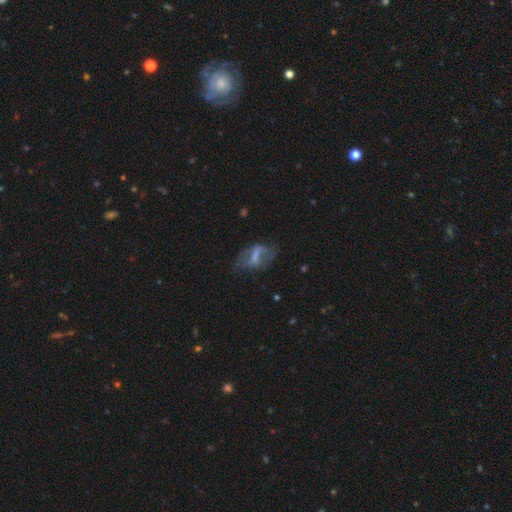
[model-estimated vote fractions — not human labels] Smooth or featured? featured or disk (54%)
Edge-on disk? no (92%)
Merging? none (52%)